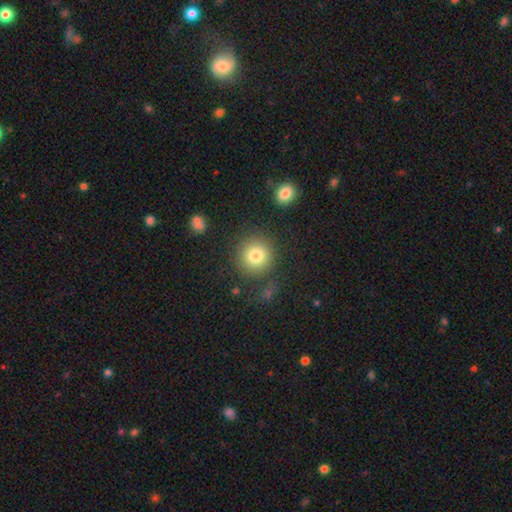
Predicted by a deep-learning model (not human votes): The model was most divided on "smooth or featured": smooth: 81%, star or artifact: 11%, featured or disk: 9%. More confident: how rounded — round (93%); merging — none (82%).